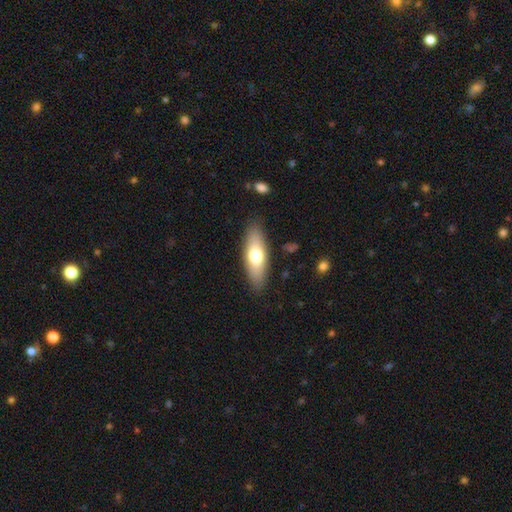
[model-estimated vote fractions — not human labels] A smooth galaxy with no disk features (66%) that is in between round and cigar-shaped (66%).

Vote fractions:
- Smooth or featured? smooth: 66% / featured or disk: 28% / star or artifact: 6%
- How rounded? in between: 66% / cigar-shaped: 31% / round: 3%
- Merging? none: 87% / minor disturbance: 10% / major disturbance: 2% / merger: 1%